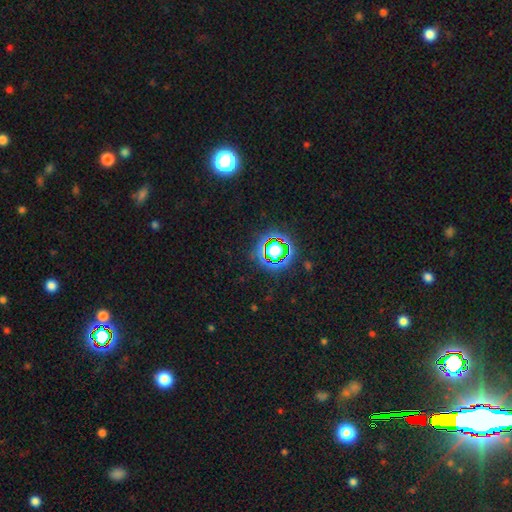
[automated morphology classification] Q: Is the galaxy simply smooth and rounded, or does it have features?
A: star or artifact — 80%.